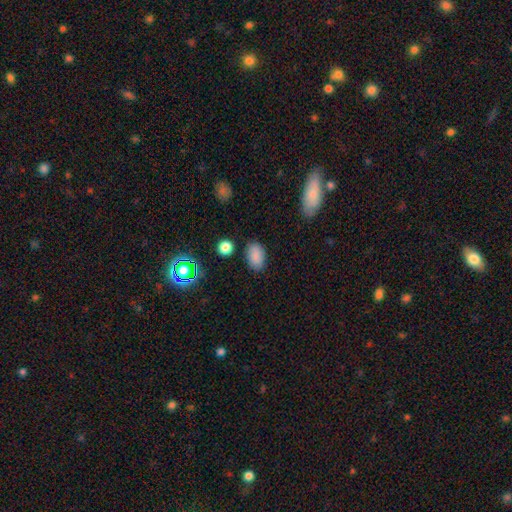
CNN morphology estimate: Smooth or featured: smooth — 85% (star or artifact — 11%)
How rounded: in between — 89% (round — 9%)
Merging: none — 82% (minor disturbance — 12%)